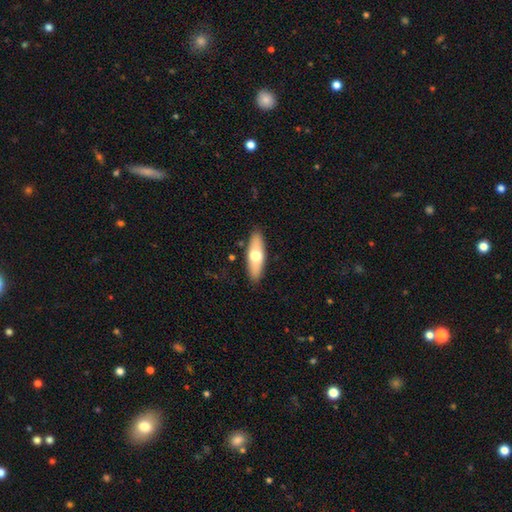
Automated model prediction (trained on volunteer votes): Smooth or featured: smooth — 60% (featured or disk — 34%)
How rounded: in between — 58% (cigar-shaped — 39%)
Merging: none — 88% (minor disturbance — 9%)